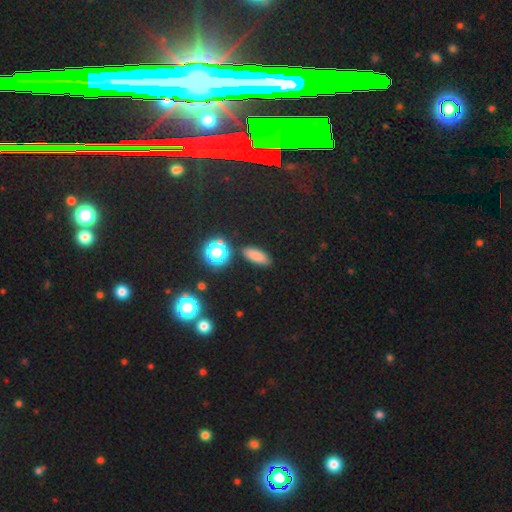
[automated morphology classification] Smooth or featured? Predicted: smooth (p=0.77). How rounded? Predicted: in between (p=0.66). Merging? Predicted: none (p=0.86).